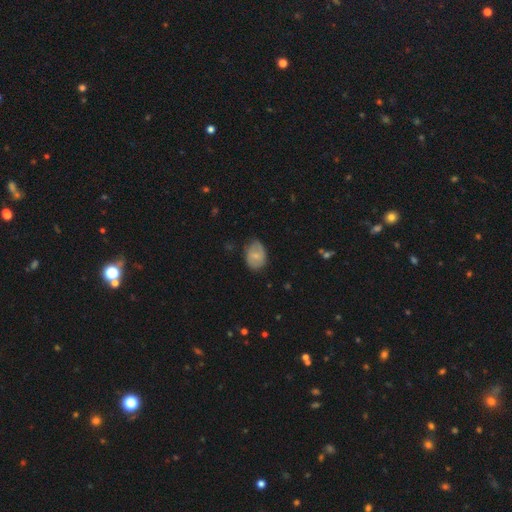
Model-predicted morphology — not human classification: type=smooth (65%); roundness=in between (74%); merging=none (65%).